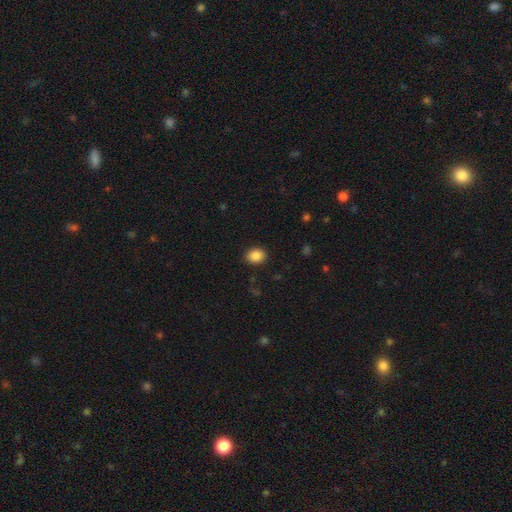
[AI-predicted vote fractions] A smooth galaxy with no disk features (87%) that is in between round and cigar-shaped (51%). Merging: none (89%).